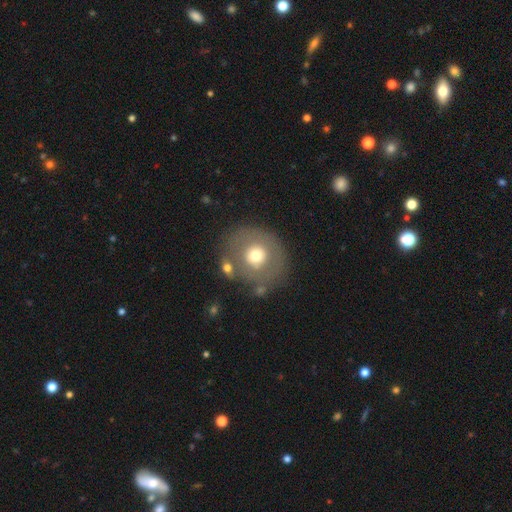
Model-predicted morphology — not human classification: Smooth or featured? Predicted: smooth (p=0.60). How rounded? Predicted: round (p=0.87). Merging? Predicted: none (p=0.71).